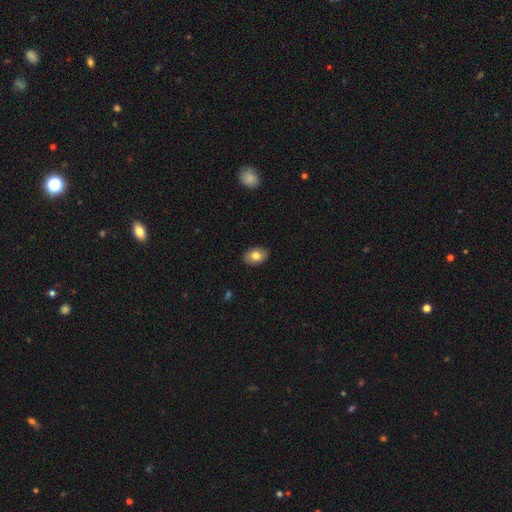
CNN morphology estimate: Overall: smooth (80%). How rounded: in between (83%). Merging: none (88%).